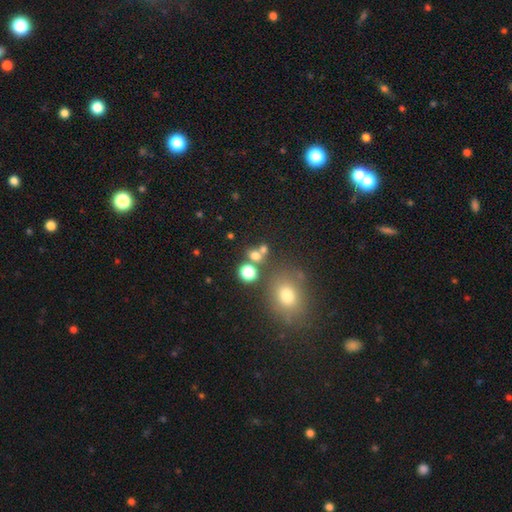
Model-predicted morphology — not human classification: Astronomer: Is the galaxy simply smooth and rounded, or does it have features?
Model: smooth — 70%.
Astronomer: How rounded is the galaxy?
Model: round — 72%.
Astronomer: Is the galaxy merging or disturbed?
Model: none — 57%.